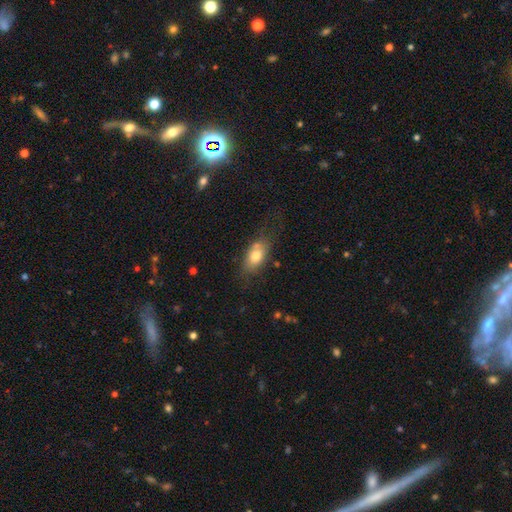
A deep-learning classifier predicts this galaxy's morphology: This is likely a smooth galaxy (74%). How rounded: clearly in between (85%). Merging: possibly none (57%).